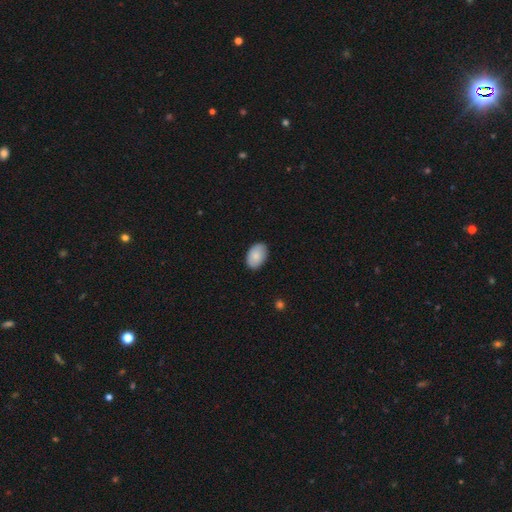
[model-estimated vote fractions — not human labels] The model was most divided on "merging": none: 85%, minor disturbance: 12%, major disturbance: 2%, merger: 1%. More confident: how rounded — in between (89%); smooth or featured — smooth (85%).